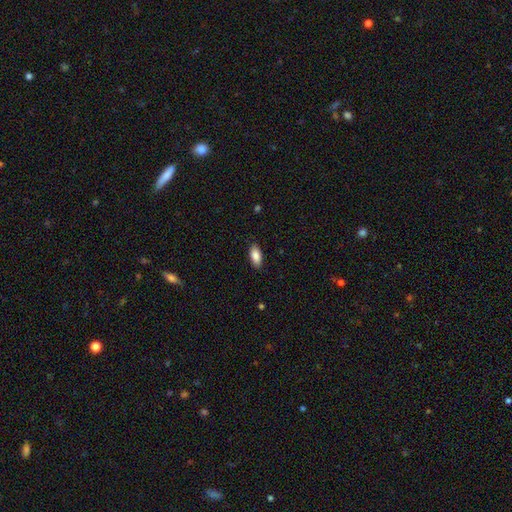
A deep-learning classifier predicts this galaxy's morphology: smooth_or_featured: smooth (p=0.87) [alt: star or artifact p=0.07]
how_rounded: in between (p=0.89) [alt: cigar-shaped p=0.08]
merging: none (p=0.88) [alt: minor disturbance p=0.09]